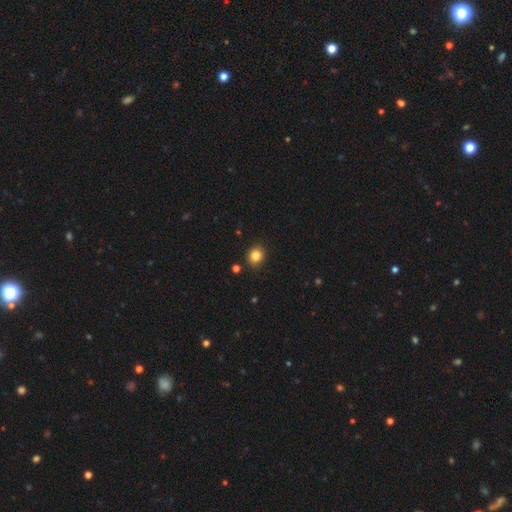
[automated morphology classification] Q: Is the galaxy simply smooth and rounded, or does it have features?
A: smooth — 84%.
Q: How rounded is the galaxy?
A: round — 79%.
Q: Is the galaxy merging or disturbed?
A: none — 88%.